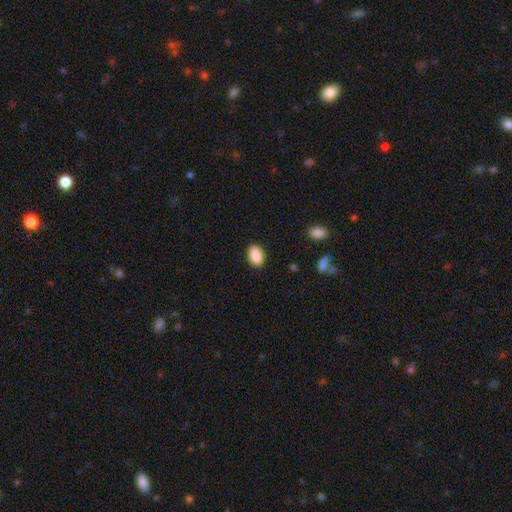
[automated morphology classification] Overall: smooth (89%). How rounded: in between (90%). Merging: none (87%).